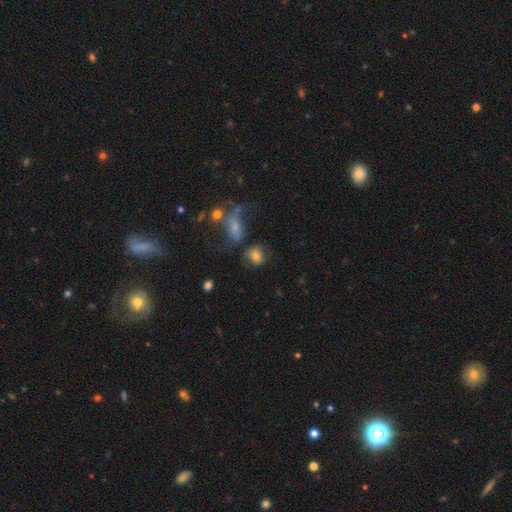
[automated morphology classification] Smooth or featured? Predicted: smooth (p=0.66). How rounded? Predicted: round (p=0.54). Merging? Predicted: none (p=0.45).